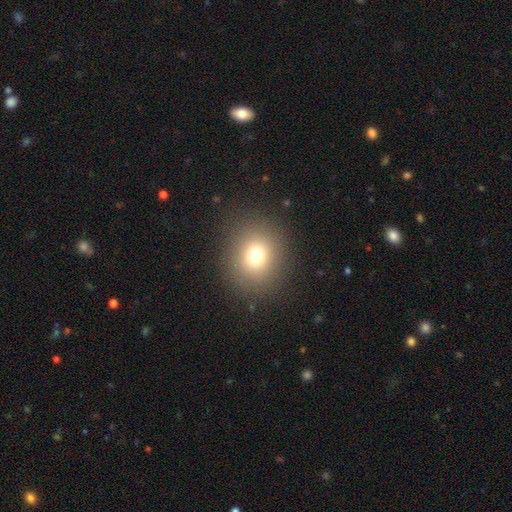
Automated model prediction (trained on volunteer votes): The model was most divided on "smooth or featured": smooth: 73%, star or artifact: 17%, featured or disk: 10%. More confident: merging — none (87%); how rounded — round (77%).